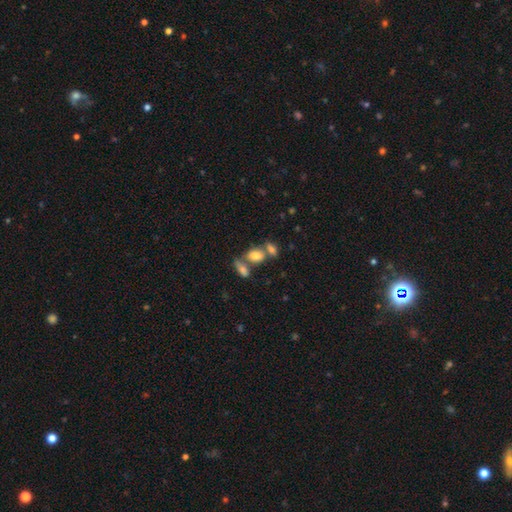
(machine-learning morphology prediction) A smooth galaxy with no disk features (77%) that is in between round and cigar-shaped (81%). Merging: merger (43%).